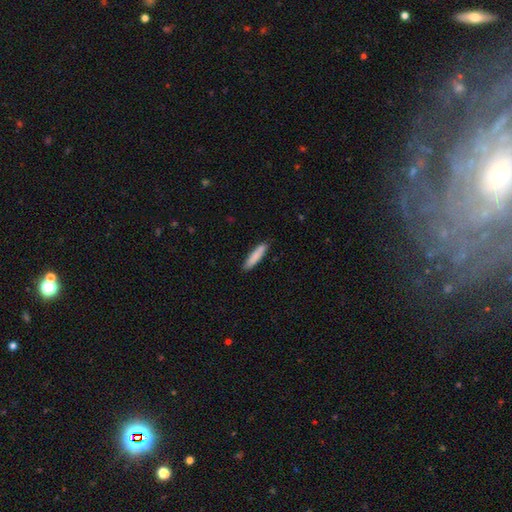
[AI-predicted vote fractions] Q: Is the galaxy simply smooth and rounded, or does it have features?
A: smooth — 83%.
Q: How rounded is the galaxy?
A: cigar-shaped — 85%.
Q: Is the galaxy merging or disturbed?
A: none — 87%.